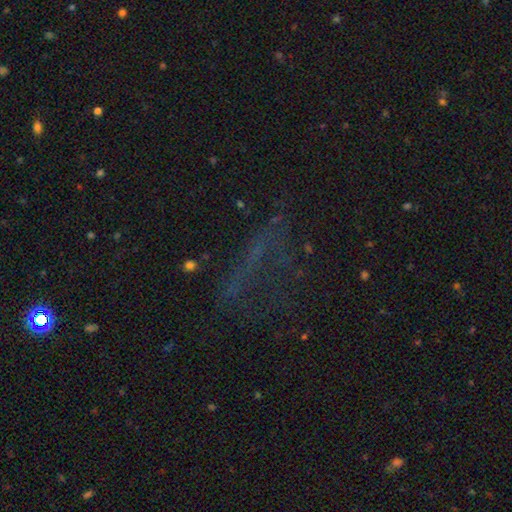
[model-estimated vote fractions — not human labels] Morphology: type=star or artifact (50%).